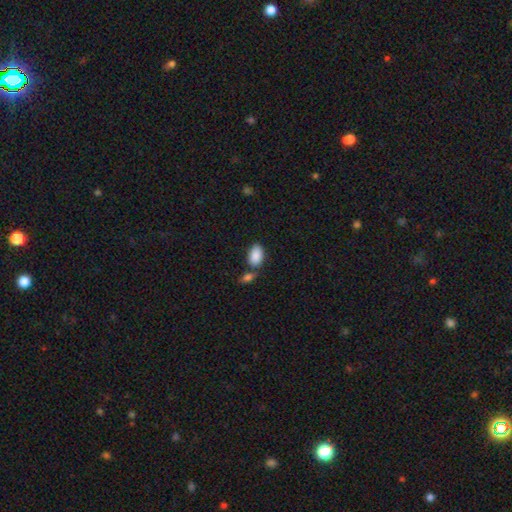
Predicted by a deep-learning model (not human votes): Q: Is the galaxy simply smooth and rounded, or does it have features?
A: smooth — 89%.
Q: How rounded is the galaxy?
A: in between — 93%.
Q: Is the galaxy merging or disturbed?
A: none — 59%.